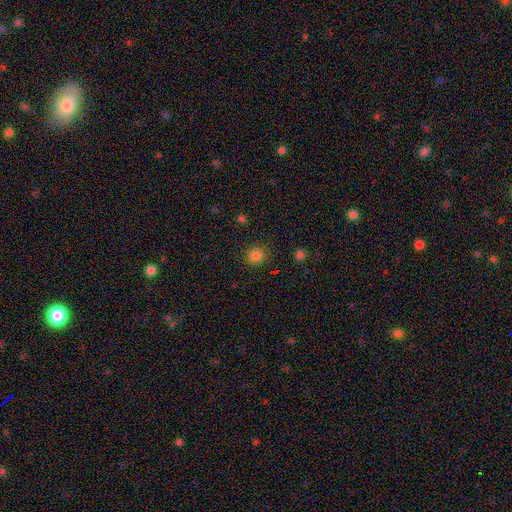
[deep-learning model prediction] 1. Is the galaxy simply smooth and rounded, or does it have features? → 81% smooth, 15% star or artifact, 4% featured or disk.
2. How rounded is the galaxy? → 80% round, 19% in between, 1% cigar-shaped.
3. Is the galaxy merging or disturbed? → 85% none, 10% minor disturbance, 3% major disturbance, 2% merger.